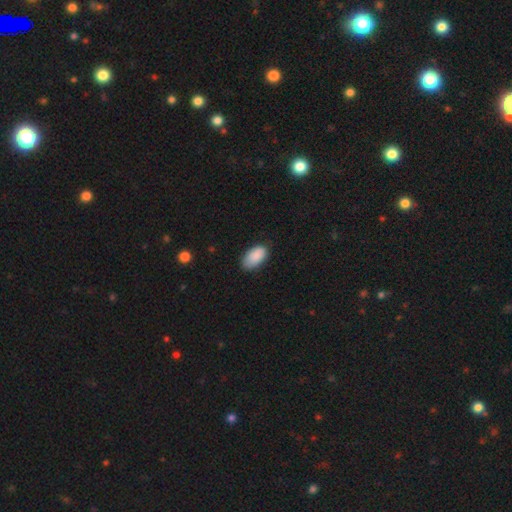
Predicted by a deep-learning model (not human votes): This is clearly a smooth galaxy (89%). How rounded: clearly in between (95%). Merging: likely none (75%).